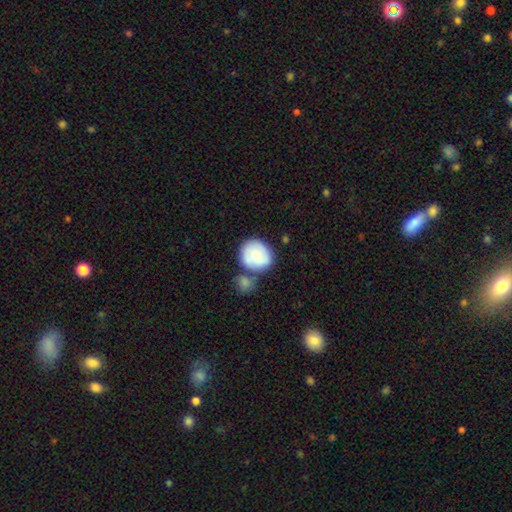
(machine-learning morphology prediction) type=smooth (78%); roundness=round (78%); merging=none (45%).